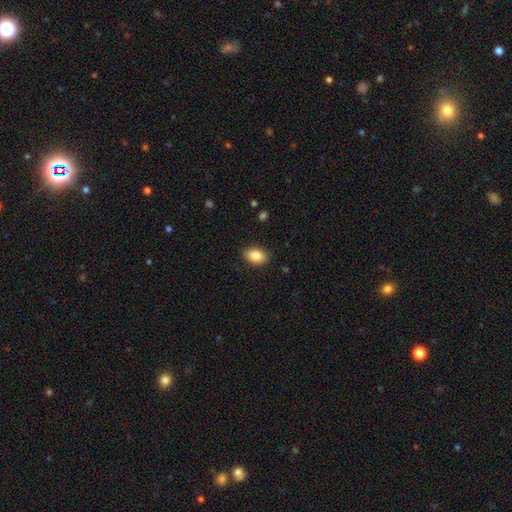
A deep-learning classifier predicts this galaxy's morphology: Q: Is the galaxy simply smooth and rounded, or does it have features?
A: smooth — 86%.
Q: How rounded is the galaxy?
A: in between — 86%.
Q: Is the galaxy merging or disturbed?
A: none — 89%.